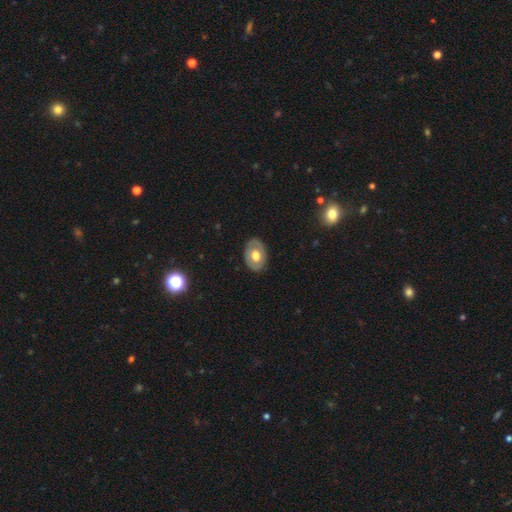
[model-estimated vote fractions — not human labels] Overall: smooth (49%; featured or disk 45%). Merging: none (82%).